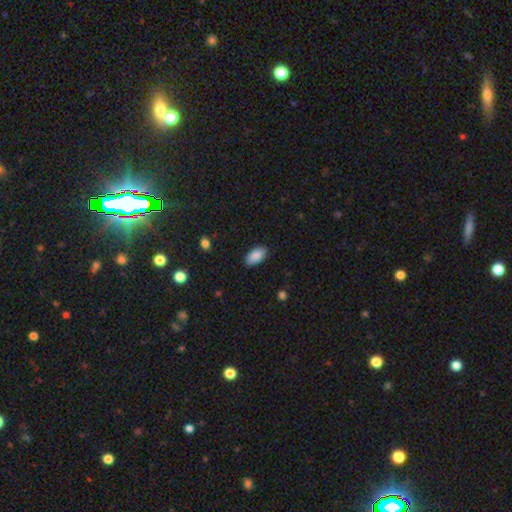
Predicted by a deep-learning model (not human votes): A smooth galaxy with no disk features (88%) that is in between round and cigar-shaped (94%). Merging: none (86%).